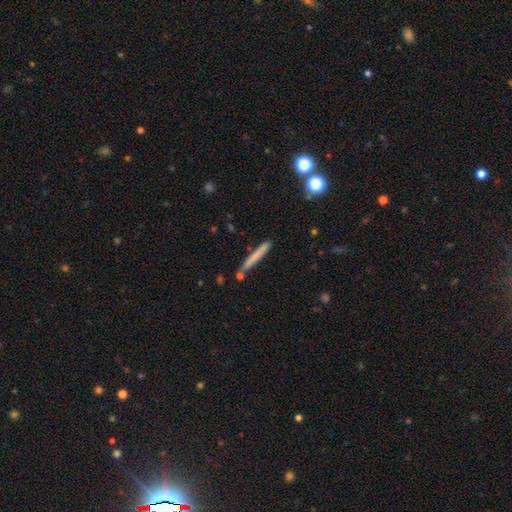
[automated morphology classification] smooth-or-featured: smooth: 67% | featured or disk: 26% | star or artifact: 7%
  how-rounded: cigar-shaped: 96% | in between: 2% | round: 1%
  merging: none: 81% | minor disturbance: 11% | merger: 6% | major disturbance: 2%